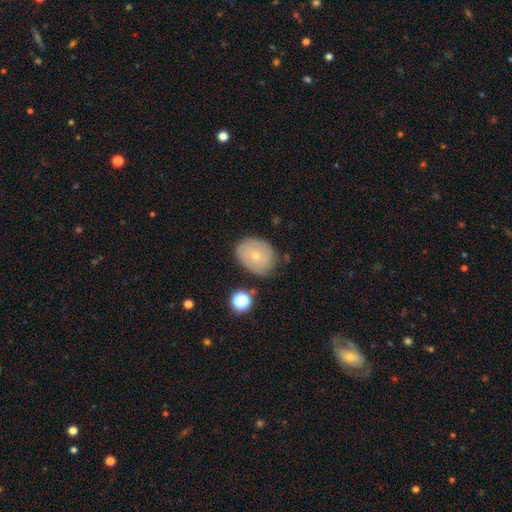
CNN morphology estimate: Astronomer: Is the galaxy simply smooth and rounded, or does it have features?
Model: smooth — 58%.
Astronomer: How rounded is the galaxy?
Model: in between — 51% (runner-up: round, 48%).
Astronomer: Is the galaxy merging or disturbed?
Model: none — 71%.